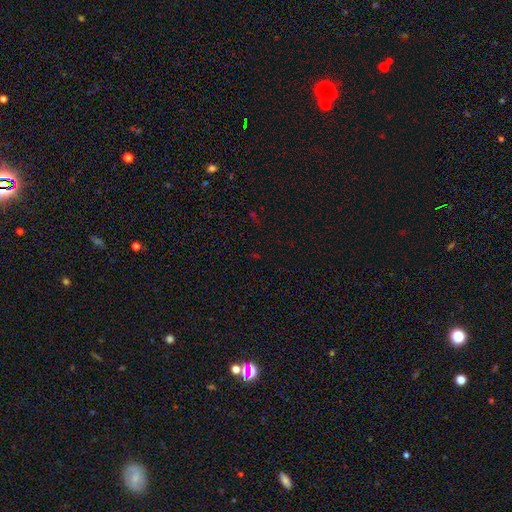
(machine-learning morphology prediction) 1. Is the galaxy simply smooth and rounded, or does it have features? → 69% star or artifact, 23% smooth, 8% featured or disk.